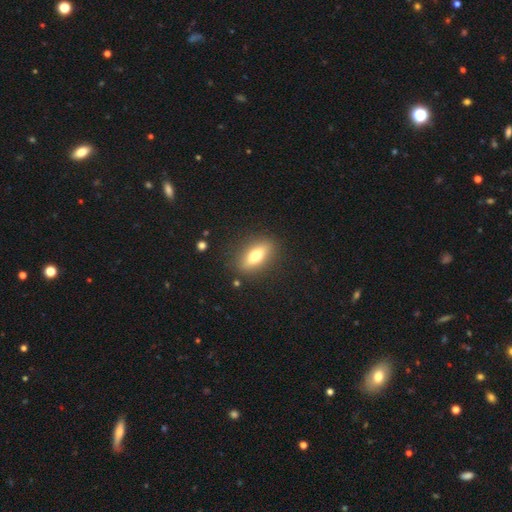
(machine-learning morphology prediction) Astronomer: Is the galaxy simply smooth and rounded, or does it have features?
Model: smooth — 62%.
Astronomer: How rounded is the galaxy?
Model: in between — 68%.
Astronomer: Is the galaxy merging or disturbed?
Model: none — 86%.